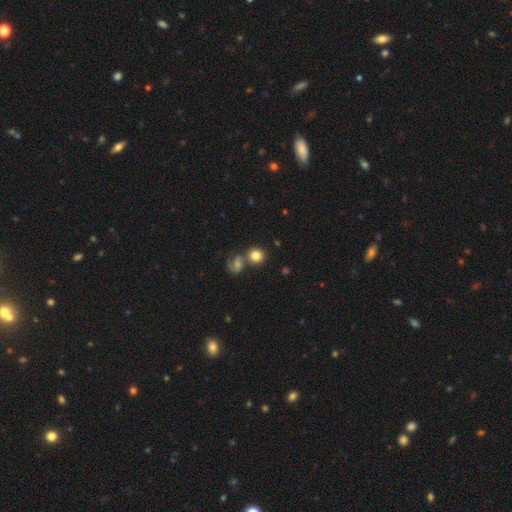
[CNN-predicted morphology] smooth-or-featured: smooth: 80% | featured or disk: 11% | star or artifact: 10%
  how-rounded: round: 87% | in between: 12% | cigar-shaped: 1%
  merging: none: 58% | merger: 29% | minor disturbance: 9% | major disturbance: 4%